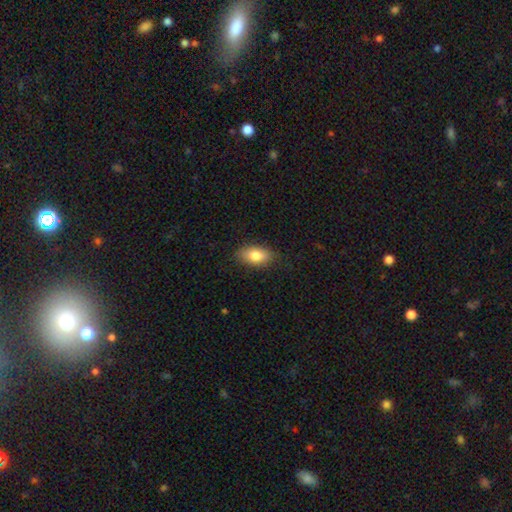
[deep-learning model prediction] Q: Smooth or featured?
A: smooth (81%); runner-up: featured or disk (11%)
Q: How rounded?
A: in between (89%); runner-up: round (7%)
Q: Merging?
A: none (84%); runner-up: minor disturbance (13%)